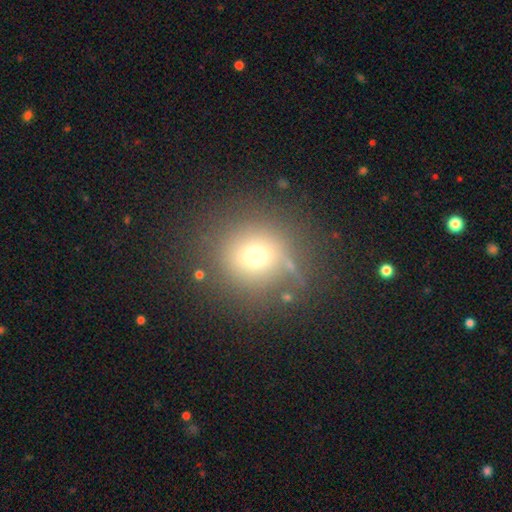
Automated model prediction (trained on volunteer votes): Smooth or featured?
  - smooth: 67% *
  - star or artifact: 18%
  - featured or disk: 15%
How rounded?
  - round: 91% *
  - in between: 8%
  - cigar-shaped: 1%
Merging?
  - none: 77% *
  - minor disturbance: 11%
  - major disturbance: 8%
  - merger: 4%